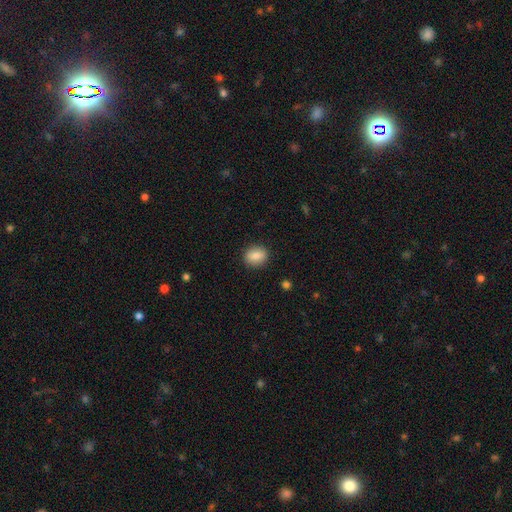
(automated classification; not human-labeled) Smooth or featured? Predicted: smooth (p=0.83). How rounded? Predicted: round (p=0.60). Merging? Predicted: none (p=0.89).